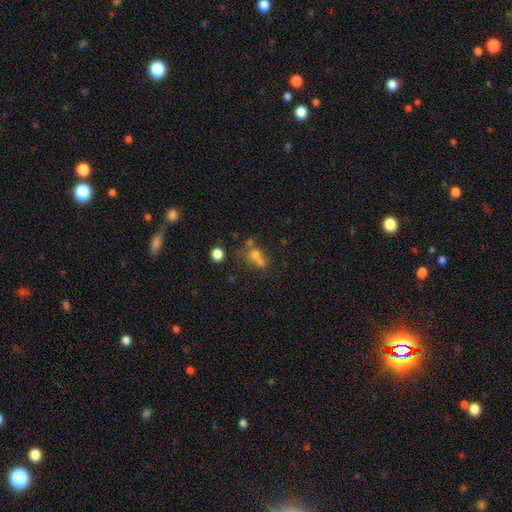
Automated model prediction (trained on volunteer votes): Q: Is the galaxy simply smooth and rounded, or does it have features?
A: smooth — 57%.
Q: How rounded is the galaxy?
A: round — 63%.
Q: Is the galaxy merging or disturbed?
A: merger — 47%.